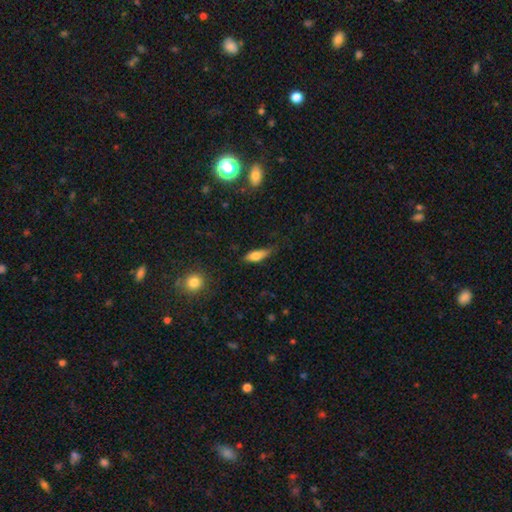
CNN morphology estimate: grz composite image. It shows a smooth galaxy with no disk features (76%) that is in between round and cigar-shaped (67%). Merging: none (62%).